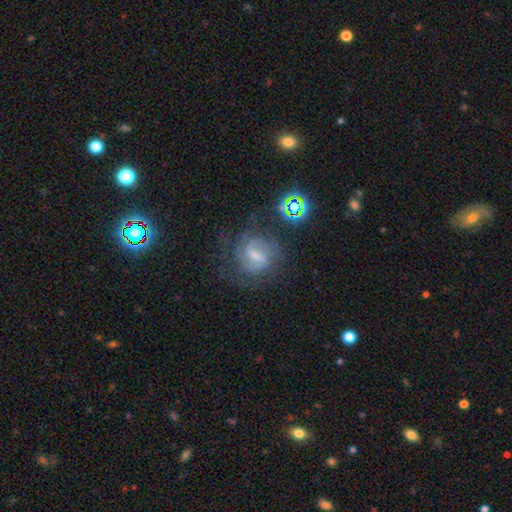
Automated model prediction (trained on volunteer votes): A featured or disk galaxy (74%) with a weak bar (56%), 2 (50%) medium (47%) spiral arms (93%) and a small central bulge (43%).

Vote fractions:
- Smooth or featured? featured or disk: 74% / smooth: 14% / star or artifact: 12%
- Edge-on disk? no: 97% / yes: 3%
- Bar? weak: 56% / strong: 28% / no: 15%
- Spiral arms? yes: 93% / no: 7%
- Spiral winding? medium: 47% / tight: 36% / loose: 17%
- Spiral arm count? 2: 50% / can't tell: 25% / 3: 12% / 1: 5% / 4: 4% / more than 4: 3%
- Bulge size? small: 43% / moderate: 30% / none: 20% / large: 5% / dominant: 1%
- Merging? none: 61% / minor disturbance: 18% / major disturbance: 18% / merger: 3%